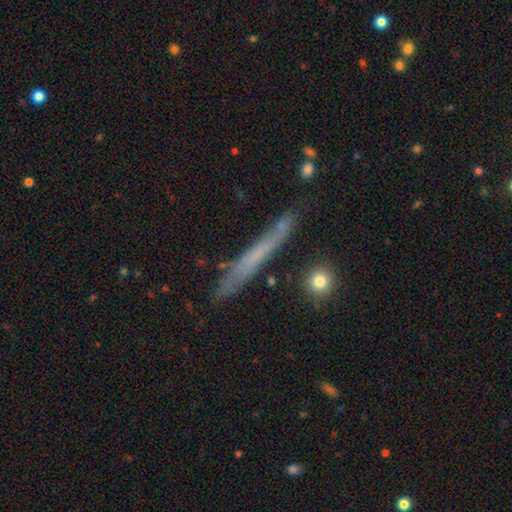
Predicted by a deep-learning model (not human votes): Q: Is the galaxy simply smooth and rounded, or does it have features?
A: smooth — 46%, tied with featured or disk.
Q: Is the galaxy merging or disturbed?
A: none — 79%.